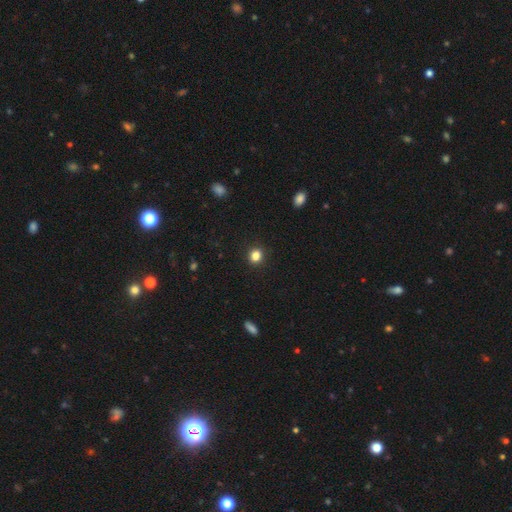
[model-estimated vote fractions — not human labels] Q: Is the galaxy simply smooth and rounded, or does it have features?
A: smooth — 83%.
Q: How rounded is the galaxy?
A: round — 79%.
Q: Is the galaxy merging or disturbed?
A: none — 91%.